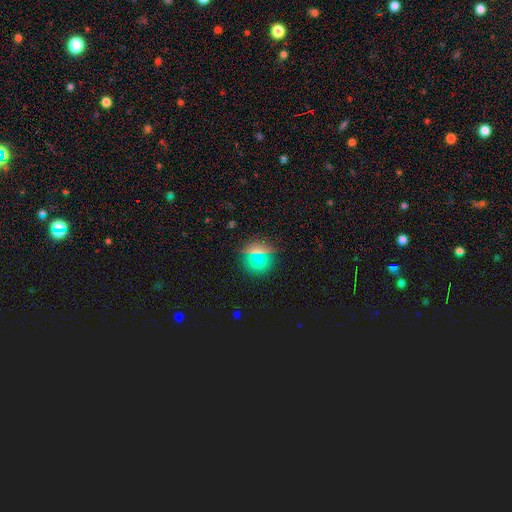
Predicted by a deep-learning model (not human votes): smooth-or-featured: smooth: 59% | star or artifact: 30% | featured or disk: 12%
  how-rounded: round: 89% | in between: 8% | cigar-shaped: 3%
  merging: none: 78% | minor disturbance: 9% | merger: 8% | major disturbance: 4%